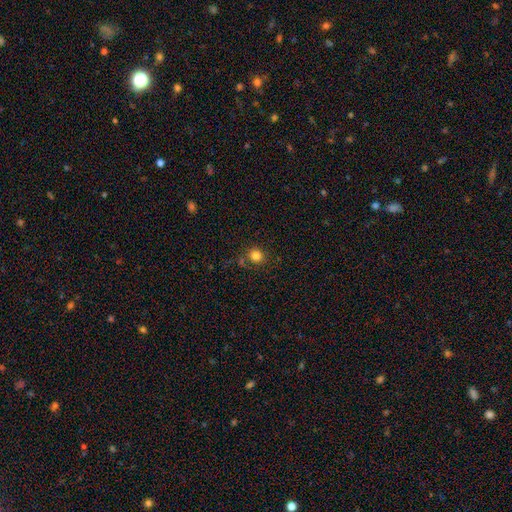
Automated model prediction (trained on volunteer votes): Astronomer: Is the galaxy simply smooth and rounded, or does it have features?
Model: smooth — 82%.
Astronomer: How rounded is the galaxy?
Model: round — 87%.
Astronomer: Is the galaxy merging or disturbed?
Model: none — 78%.